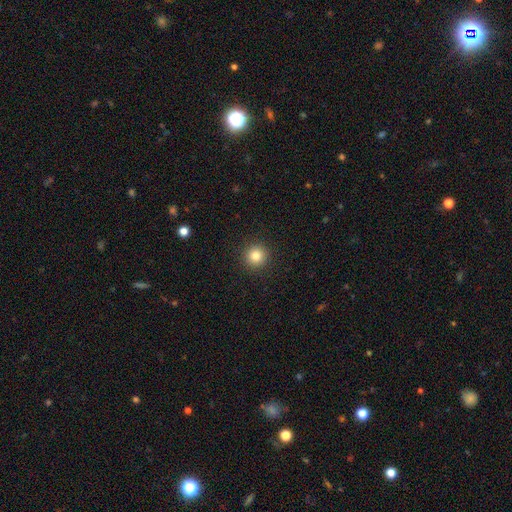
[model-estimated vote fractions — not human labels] Smooth or featured? smooth (83%)
How rounded? round (95%)
Merging? none (92%)